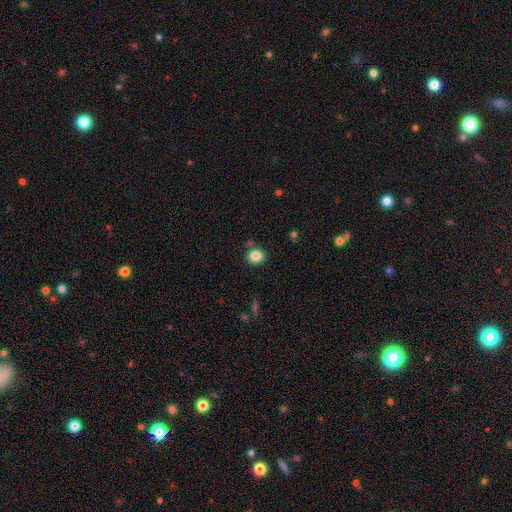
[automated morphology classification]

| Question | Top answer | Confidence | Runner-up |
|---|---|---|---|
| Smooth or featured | smooth | 84% | star or artifact (10%) |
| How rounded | round | 75% | in between (24%) |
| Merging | none | 78% | minor disturbance (12%) |